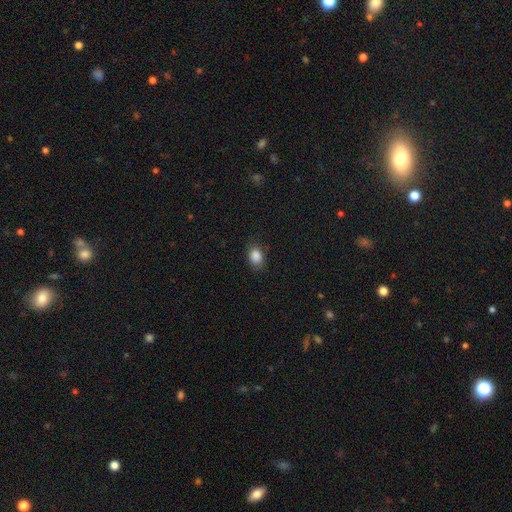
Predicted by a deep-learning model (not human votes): A smooth galaxy with no disk features (86%) that is in between round and cigar-shaped (70%).

Vote fractions:
- Smooth or featured? smooth: 86% / star or artifact: 9% / featured or disk: 4%
- How rounded? in between: 70% / round: 28% / cigar-shaped: 1%
- Merging? none: 81% / minor disturbance: 15% / major disturbance: 4% / merger: 1%